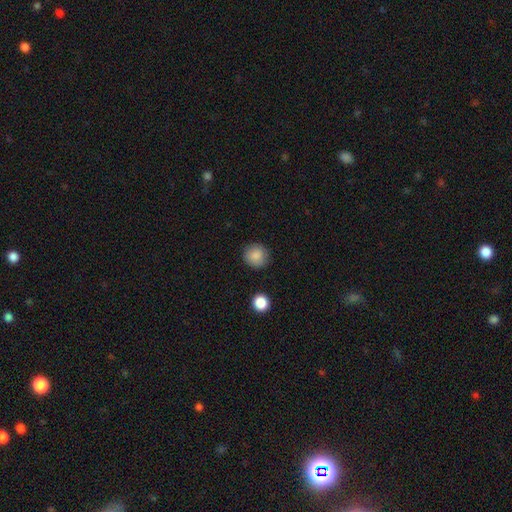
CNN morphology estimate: Smooth or featured: smooth — 86% (star or artifact — 9%)
How rounded: round — 91% (in between — 8%)
Merging: none — 87% (minor disturbance — 9%)